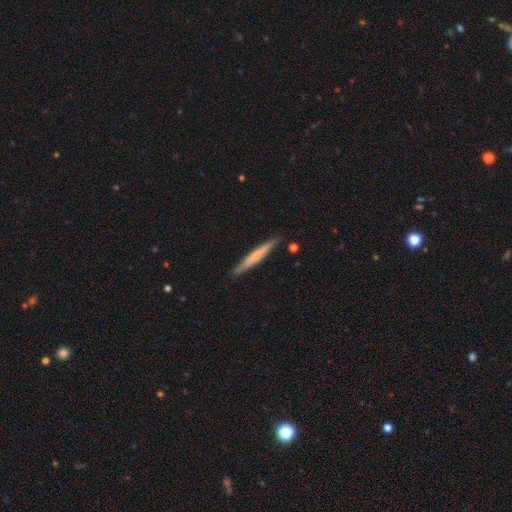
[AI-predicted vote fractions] smooth 54%, featured or disk 41%, star or artifact 6%. Down the decision tree: how rounded — cigar-shaped (96%); merging — none (88%).